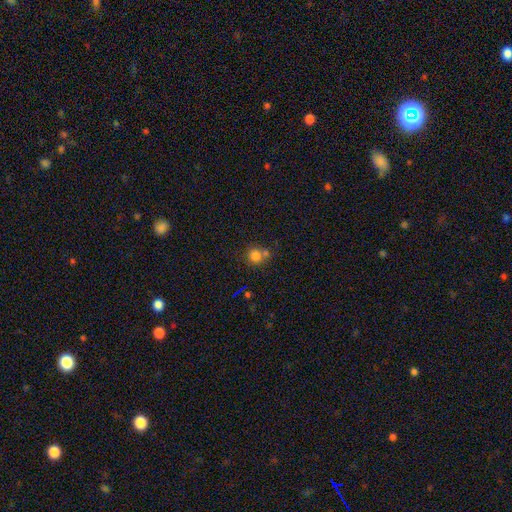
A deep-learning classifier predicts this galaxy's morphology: Overall: smooth (74%). How rounded: round (81%). Merging: none (50%; merger 34%).